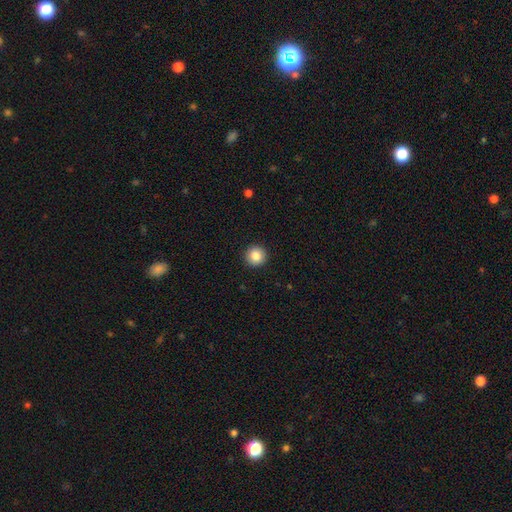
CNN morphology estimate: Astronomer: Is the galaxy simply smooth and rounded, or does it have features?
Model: smooth — 85%.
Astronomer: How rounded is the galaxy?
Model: round — 95%.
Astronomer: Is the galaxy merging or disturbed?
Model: none — 93%.